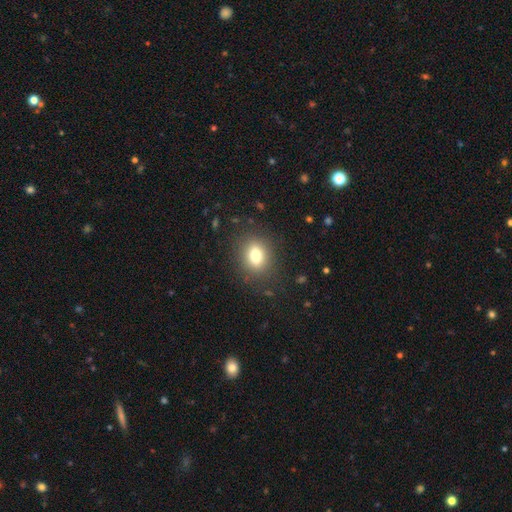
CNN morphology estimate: This appears to be a smooth galaxy with no disk features (76%) that is in between round and cigar-shaped (51%). Merging: none (85%).